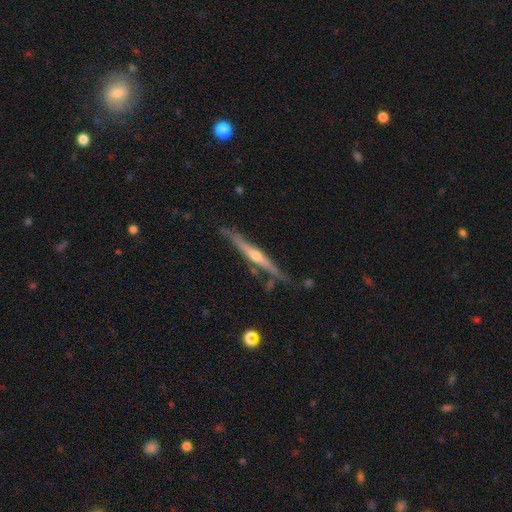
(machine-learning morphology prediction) smooth-or-featured: featured or disk: 77% | smooth: 18% | star or artifact: 6%
  disk-edge-on: yes: 97% | no: 3%
    edge-on-bulge: rounded: 83% | none: 14% | boxy: 4%
  merging: none: 80% | minor disturbance: 14% | merger: 4% | major disturbance: 3%